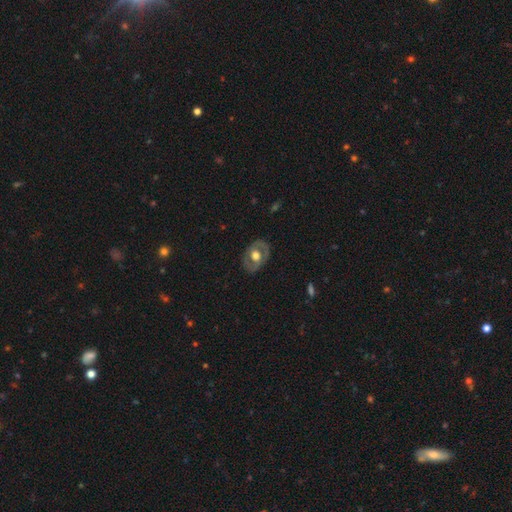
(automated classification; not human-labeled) Morphology: type=featured or disk (61%); edge-on=no (93%); bar=no (72%); spiral arms=no (65%); bulge=moderate (58%); merging=none (80%).